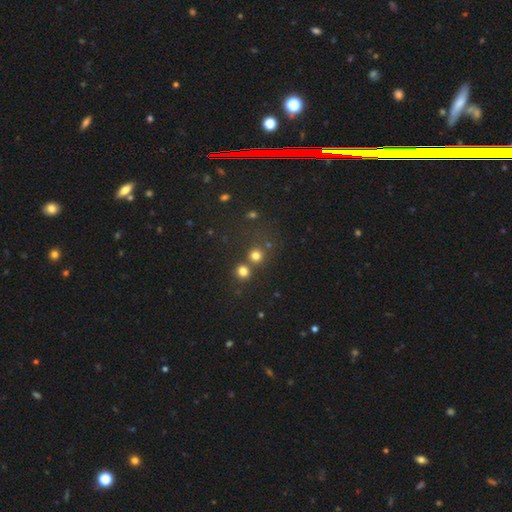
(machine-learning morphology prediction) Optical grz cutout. It shows a smooth galaxy with no disk features (74%) that is round (90%). Merging: none (65%).